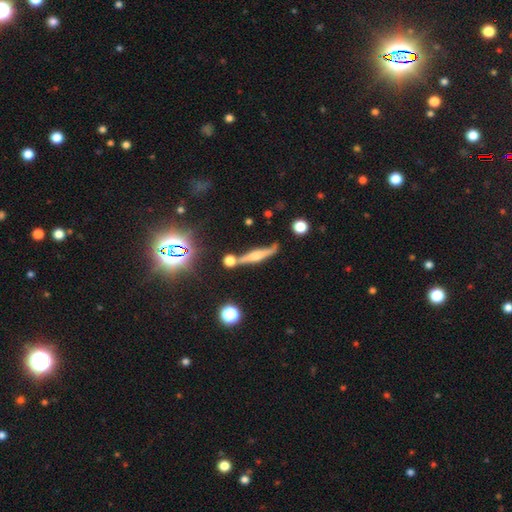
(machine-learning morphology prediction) The model was most divided on "smooth or featured": featured or disk: 61%, smooth: 28%, star or artifact: 11%. More confident: edge-on disk — yes (92%); edge-on bulge — rounded (72%); merging — none (68%).